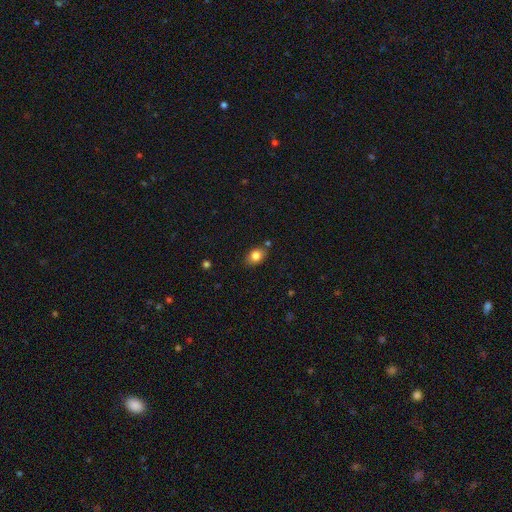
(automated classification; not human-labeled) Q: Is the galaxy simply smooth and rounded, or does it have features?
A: smooth — 83%.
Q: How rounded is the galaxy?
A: in between — 66%.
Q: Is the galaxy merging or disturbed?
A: none — 78%.